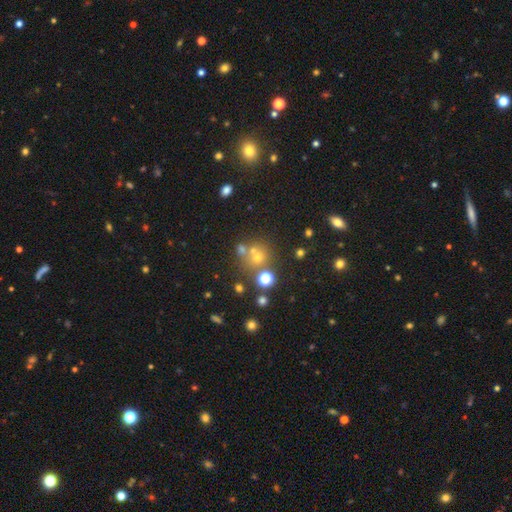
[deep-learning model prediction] Smooth or featured?
  - smooth: 56% *
  - star or artifact: 28%
  - featured or disk: 16%
How rounded?
  - round: 86% *
  - in between: 13%
  - cigar-shaped: 1%
Merging?
  - none: 57% *
  - merger: 30%
  - minor disturbance: 9%
  - major disturbance: 5%